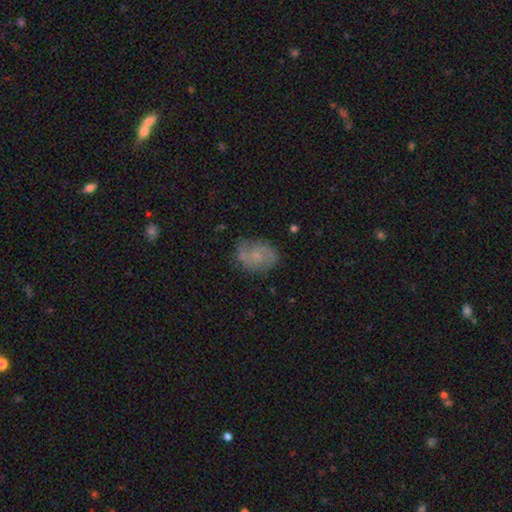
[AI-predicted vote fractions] This appears to be a featured or disk galaxy (77%) with no bar (62%), 2 (87%) medium (52%) spiral arms (94%) and a small central bulge (65%). Merging: none (77%).